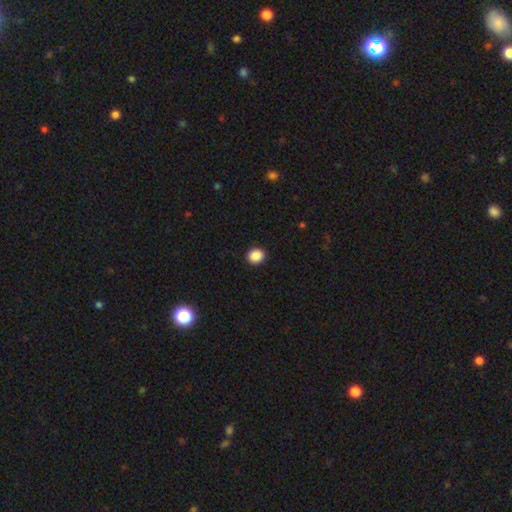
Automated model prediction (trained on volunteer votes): smooth_or_featured: smooth (p=0.88) [alt: star or artifact p=0.09]
how_rounded: round (p=0.73) [alt: in between p=0.26]
merging: none (p=0.92) [alt: minor disturbance p=0.05]